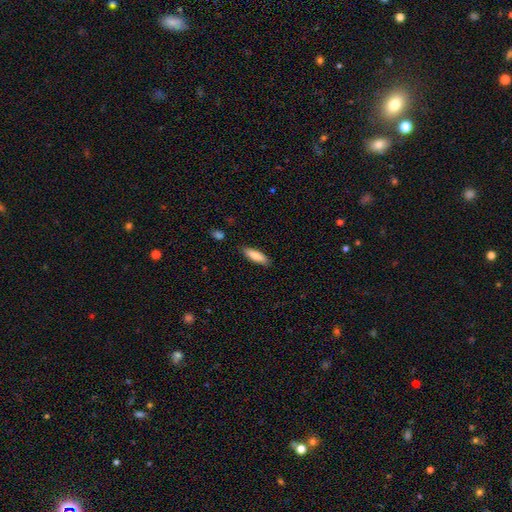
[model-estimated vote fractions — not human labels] A smooth galaxy with no disk features (80%) that is cigar-shaped (52%).

Vote fractions:
- Smooth or featured? smooth: 80% / featured or disk: 14% / star or artifact: 6%
- How rounded? cigar-shaped: 52% / in between: 46% / round: 2%
- Merging? none: 87% / minor disturbance: 9% / major disturbance: 2% / merger: 1%